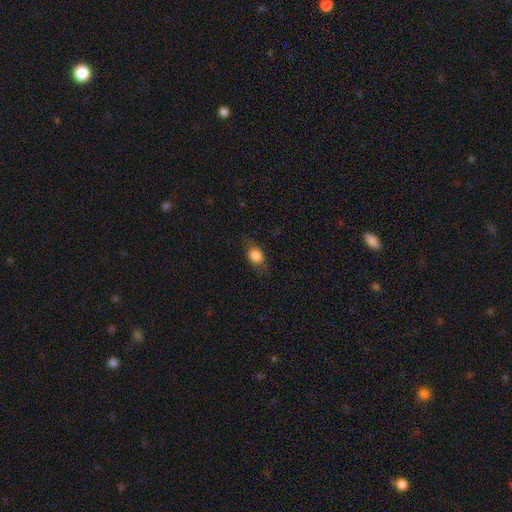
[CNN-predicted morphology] type=smooth (77%); roundness=in between (58%); merging=none (75%).